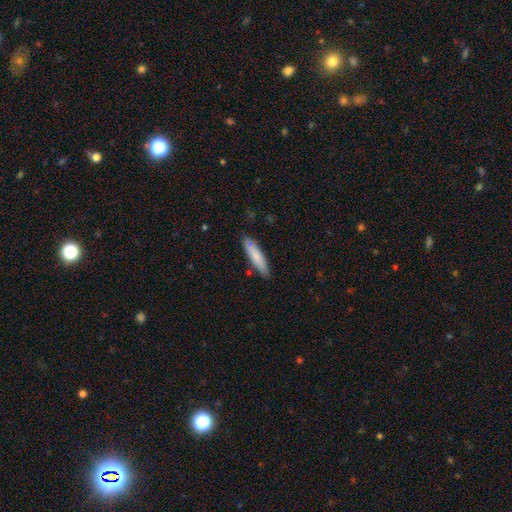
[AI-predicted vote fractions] Smooth or featured? Predicted: smooth (p=0.79). How rounded? Predicted: cigar-shaped (p=0.77). Merging? Predicted: none (p=0.83).